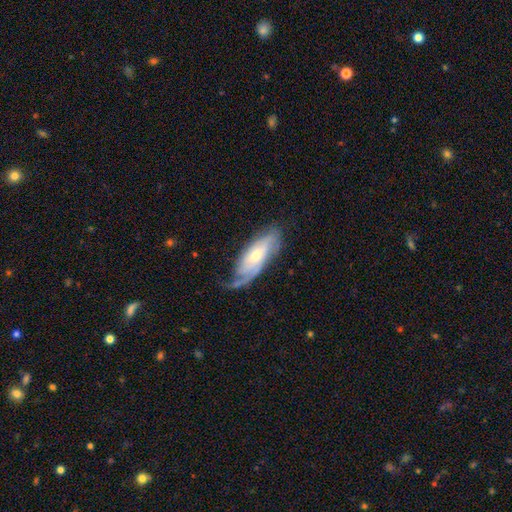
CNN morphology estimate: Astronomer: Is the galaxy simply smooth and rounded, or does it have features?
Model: featured or disk — 71%.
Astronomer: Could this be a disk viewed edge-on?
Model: no — 84%.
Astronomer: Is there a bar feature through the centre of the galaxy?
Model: no — 55% (runner-up: weak, 35%).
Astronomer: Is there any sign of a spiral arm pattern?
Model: yes — 89%.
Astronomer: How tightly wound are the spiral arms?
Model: tight — 46% (runner-up: medium, 35%).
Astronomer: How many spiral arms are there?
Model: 1 — 32% (runner-up: 2, 31%).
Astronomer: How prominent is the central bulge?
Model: moderate — 54% (runner-up: small, 38%).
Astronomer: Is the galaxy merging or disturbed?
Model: none — 50% (runner-up: minor disturbance, 28%).